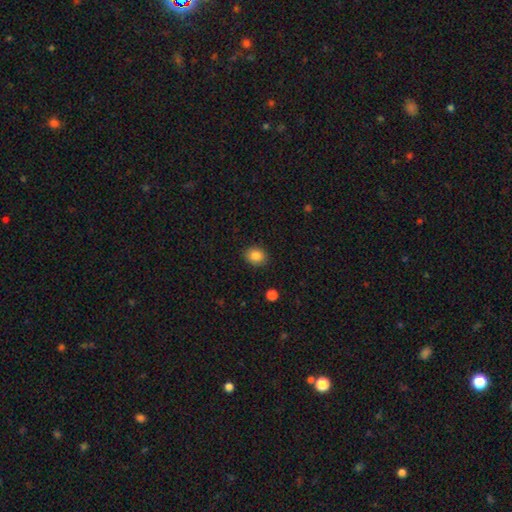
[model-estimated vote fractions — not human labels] smooth_or_featured: smooth (p=0.86) [alt: star or artifact p=0.09]
how_rounded: round (p=0.54) [alt: in between p=0.45]
merging: none (p=0.88) [alt: minor disturbance p=0.08]